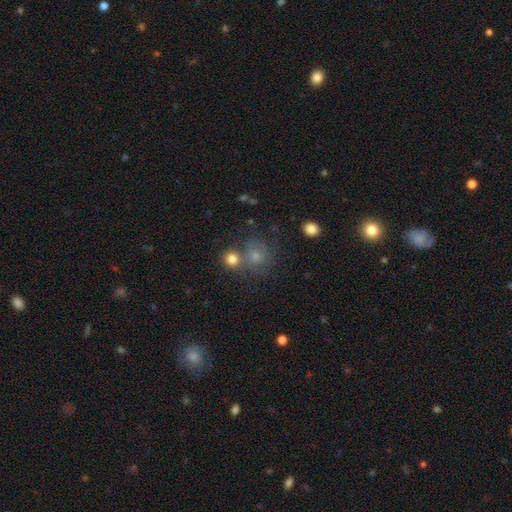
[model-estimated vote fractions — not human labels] smooth 56%, star or artifact 26%, featured or disk 17%. Down the decision tree: how rounded — round (85%); merging — none (61%).